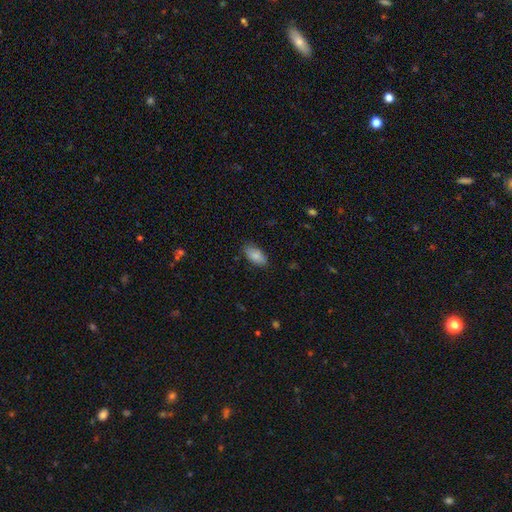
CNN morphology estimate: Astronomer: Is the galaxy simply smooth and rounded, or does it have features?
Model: smooth — 87%.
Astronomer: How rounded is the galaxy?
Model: in between — 91%.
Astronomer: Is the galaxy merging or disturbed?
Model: none — 82%.